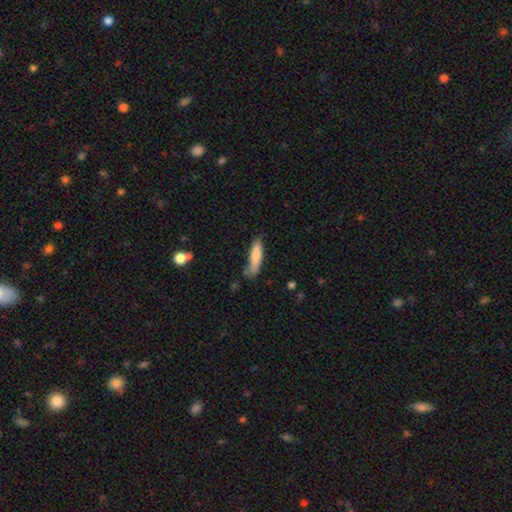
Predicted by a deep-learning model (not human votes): Q: Smooth or featured?
A: smooth (79%); runner-up: featured or disk (15%)
Q: How rounded?
A: cigar-shaped (75%); runner-up: in between (23%)
Q: Merging?
A: none (65%); runner-up: minor disturbance (25%)